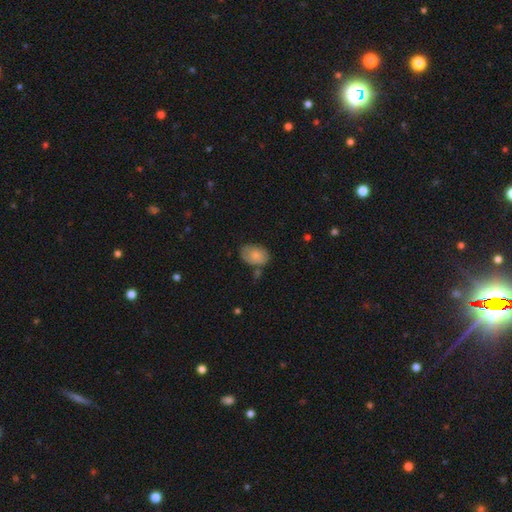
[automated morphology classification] This appears to be a smooth galaxy with no disk features (78%) that is in between round and cigar-shaped (82%). Merging: none (65%).